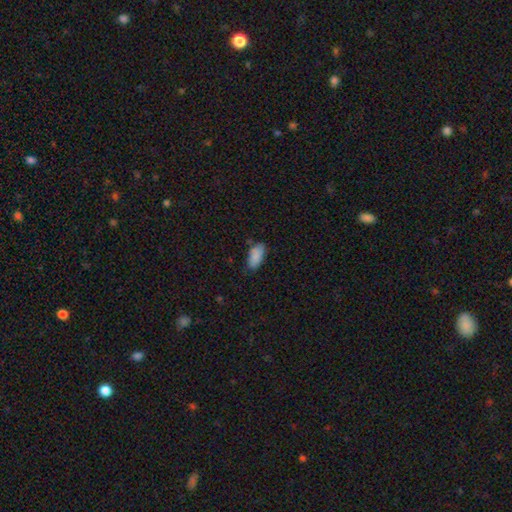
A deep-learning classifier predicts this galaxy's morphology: The model was most divided on "merging": none: 71%, minor disturbance: 22%, major disturbance: 4%, merger: 3%. More confident: how rounded — in between (92%); smooth or featured — smooth (87%).